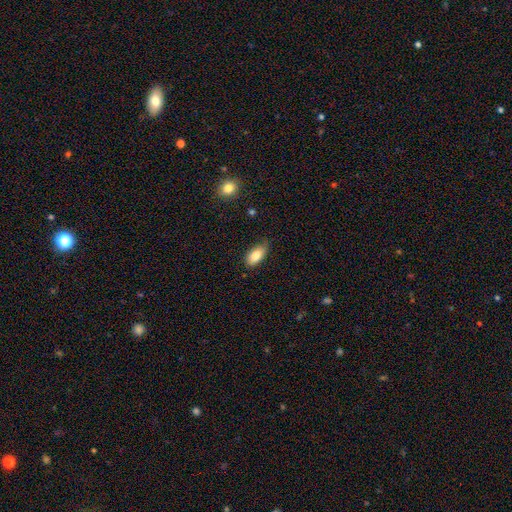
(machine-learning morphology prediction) Smooth or featured? smooth (84%)
How rounded? in between (90%)
Merging? none (68%)